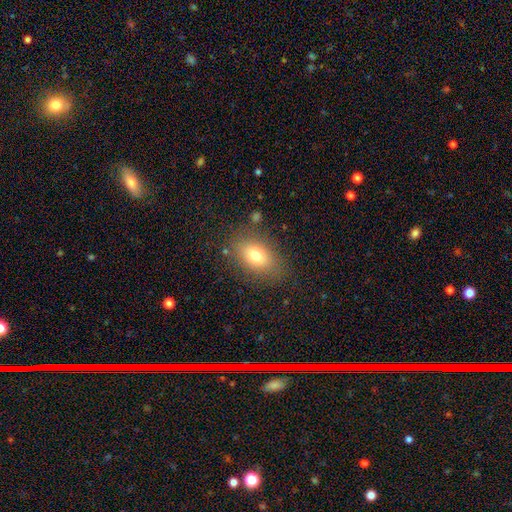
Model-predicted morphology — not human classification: smooth-or-featured: smooth: 75% | featured or disk: 14% | star or artifact: 10%
  how-rounded: in between: 83% | round: 15% | cigar-shaped: 2%
  merging: none: 80% | minor disturbance: 12% | major disturbance: 5% | merger: 2%